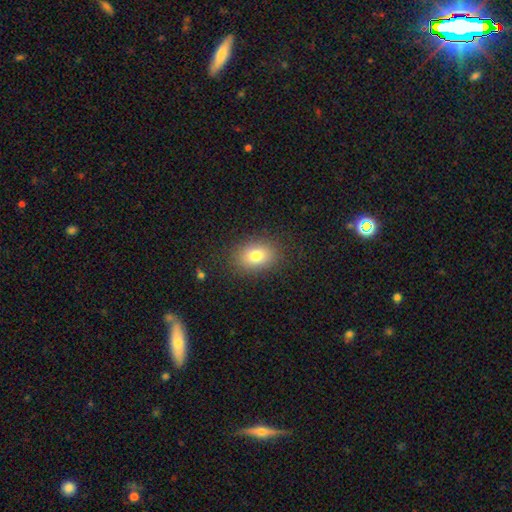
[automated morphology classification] type=smooth (79%); roundness=in between (65%); merging=none (86%).